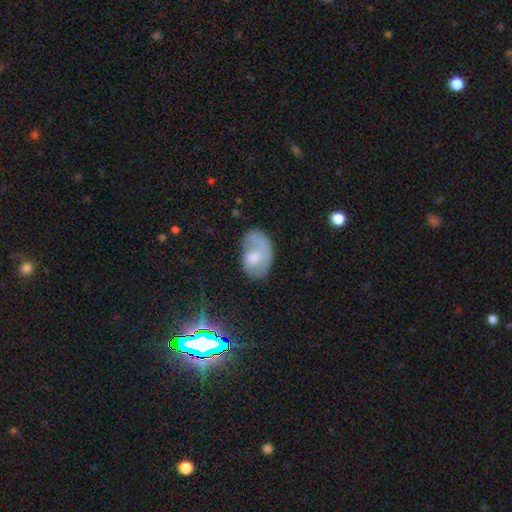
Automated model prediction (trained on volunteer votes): Smooth or featured?
  - smooth: 52% *
  - featured or disk: 39%
  - star or artifact: 9%
How rounded?
  - in between: 87% *
  - round: 11%
  - cigar-shaped: 1%
Merging?
  - none: 38% *
  - minor disturbance: 30%
  - major disturbance: 27%
  - merger: 5%